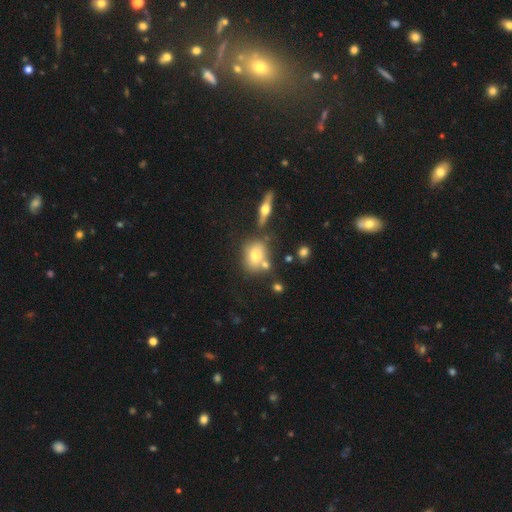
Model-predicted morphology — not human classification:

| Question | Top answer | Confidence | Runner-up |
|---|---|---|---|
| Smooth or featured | smooth | 68% | featured or disk (22%) |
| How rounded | in between | 59% | round (38%) |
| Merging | none | 62% | merger (19%) |